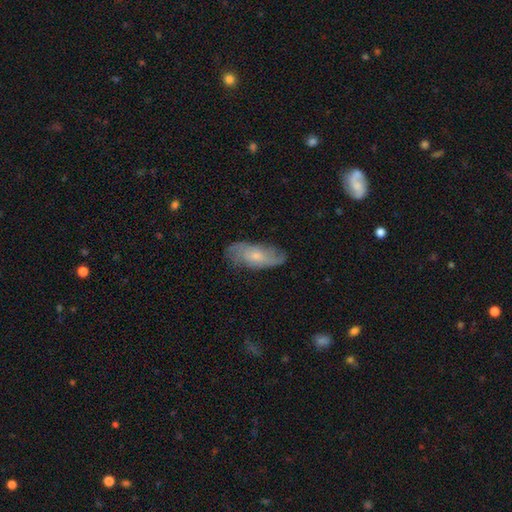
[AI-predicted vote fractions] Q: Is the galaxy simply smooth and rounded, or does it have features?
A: featured or disk — 57%.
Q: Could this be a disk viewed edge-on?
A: no — 89%.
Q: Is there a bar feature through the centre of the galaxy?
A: no — 72%.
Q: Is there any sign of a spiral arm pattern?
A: yes — 85%.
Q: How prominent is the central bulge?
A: small — 54%.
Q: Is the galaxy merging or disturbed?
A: none — 72%.